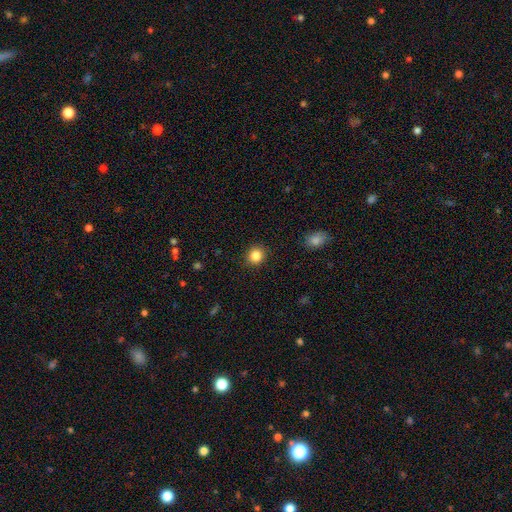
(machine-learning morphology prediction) Q: Smooth or featured?
A: smooth (85%); runner-up: star or artifact (10%)
Q: How rounded?
A: round (85%); runner-up: in between (14%)
Q: Merging?
A: none (90%); runner-up: minor disturbance (7%)